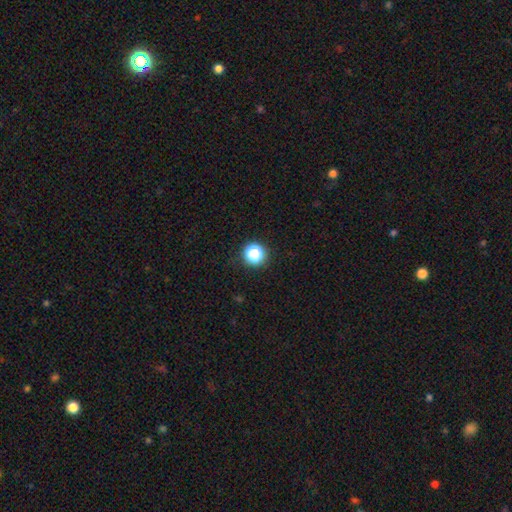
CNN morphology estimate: Q: Smooth or featured?
A: smooth (76%); runner-up: star or artifact (18%)
Q: How rounded?
A: round (92%); runner-up: in between (7%)
Q: Merging?
A: none (86%); runner-up: minor disturbance (8%)